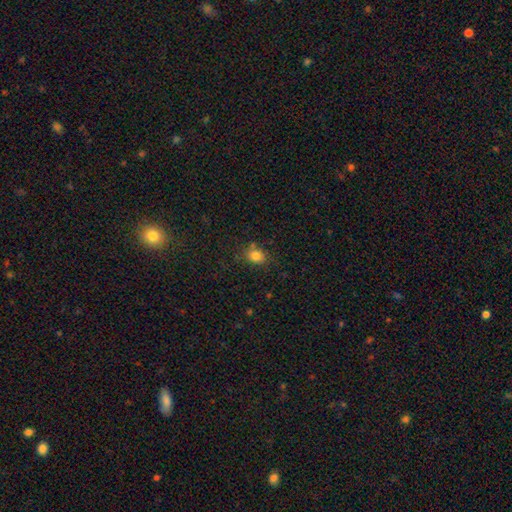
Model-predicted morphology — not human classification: This appears to be a smooth galaxy with no disk features (81%) that is round (55%). Merging: none (75%).